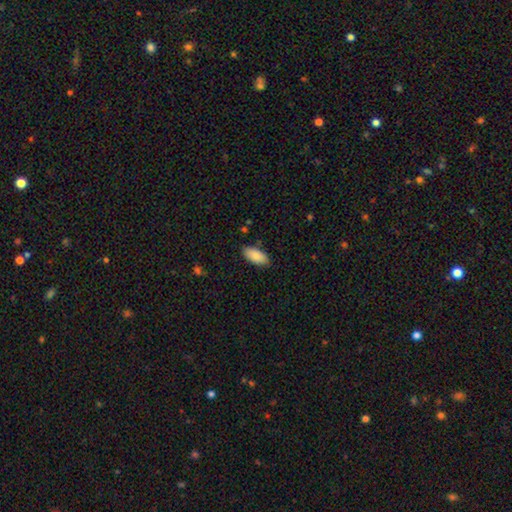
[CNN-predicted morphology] type=smooth (87%); roundness=in between (92%); merging=none (85%).